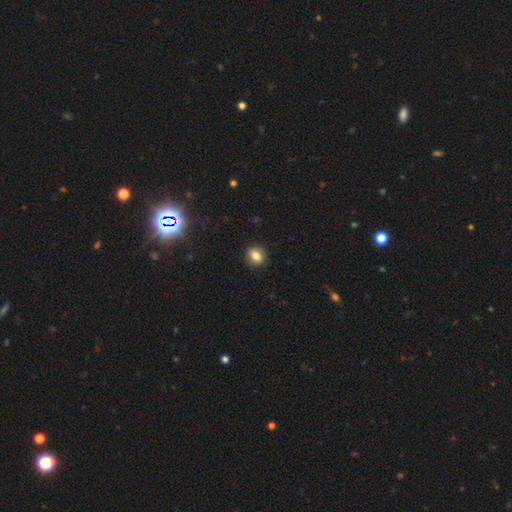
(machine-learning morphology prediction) The model was most divided on "how rounded": round: 75%, in between: 24%, cigar-shaped: 1%. More confident: merging — none (91%); smooth or featured — smooth (81%).